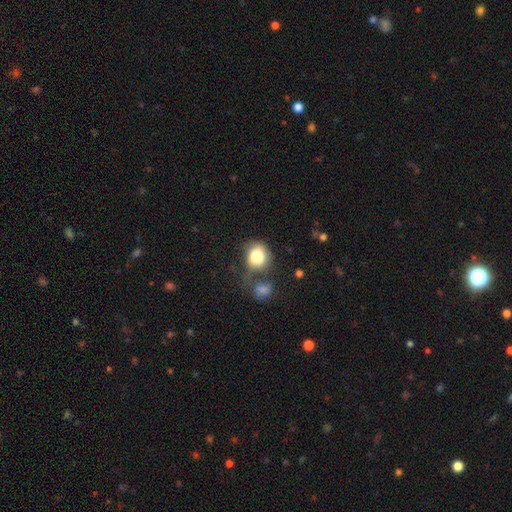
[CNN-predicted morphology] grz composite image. It shows a smooth galaxy with no disk features (78%) that is round (59%). Merging: none (34%).